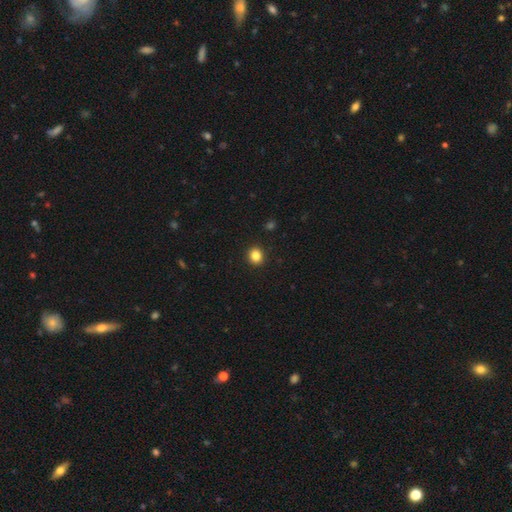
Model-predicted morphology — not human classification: Overall: smooth (84%). How rounded: round (83%). Merging: none (92%).